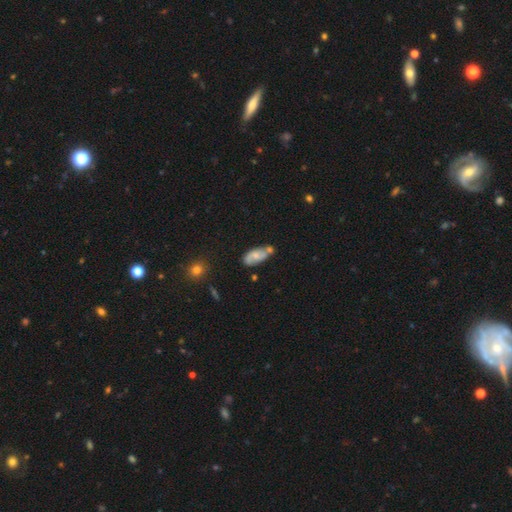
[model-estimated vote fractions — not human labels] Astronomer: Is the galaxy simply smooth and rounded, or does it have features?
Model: smooth — 48% (runner-up: featured or disk, 45%).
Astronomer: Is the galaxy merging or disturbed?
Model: none — 47% (runner-up: minor disturbance, 23%).